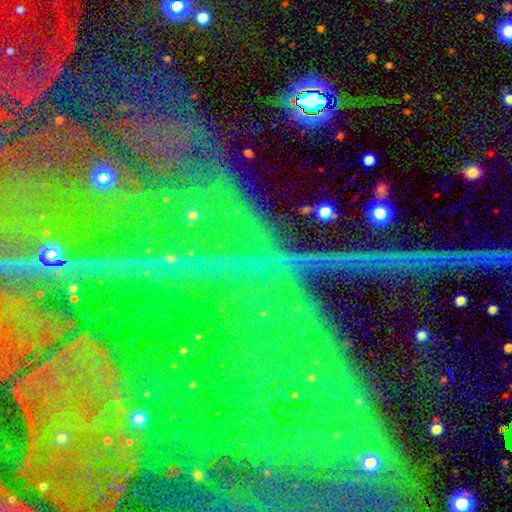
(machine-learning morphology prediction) Overall: star or artifact (83%).